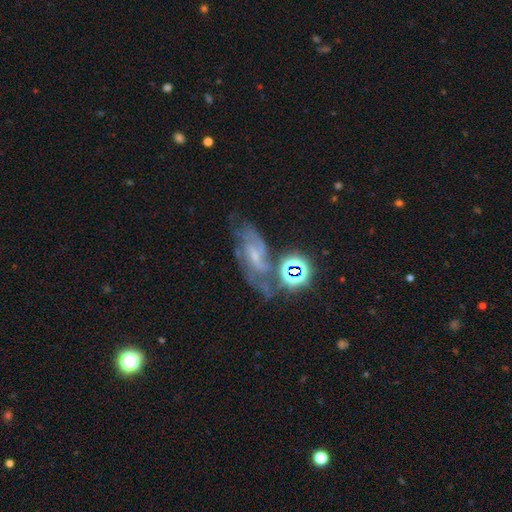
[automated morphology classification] type=featured or disk (71%); edge-on=no (93%); bar=weak (47%); spiral arms=yes (92%); winding=medium (48%); arm count=2 (54%); bulge=small (68%); merging=none (51%).